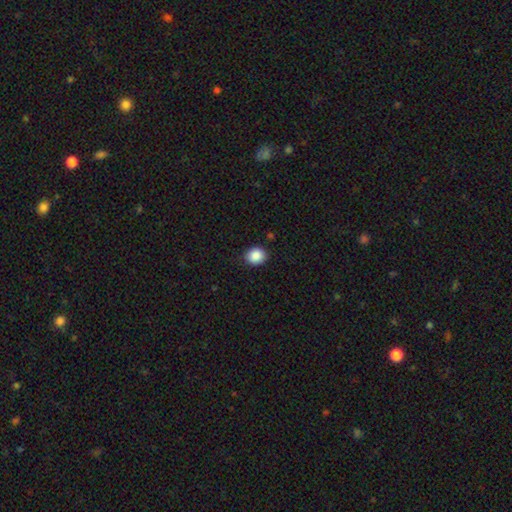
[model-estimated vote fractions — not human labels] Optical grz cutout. It shows a smooth galaxy with no disk features (88%) that is round (74%). Merging: none (88%).